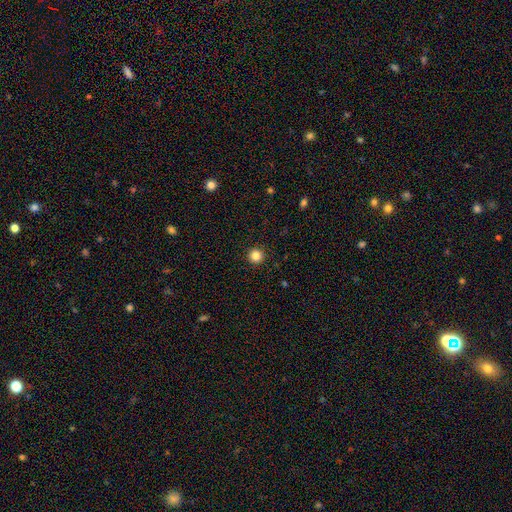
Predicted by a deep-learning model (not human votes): This appears to be a smooth galaxy with no disk features (85%) that is round (96%). Merging: none (93%).